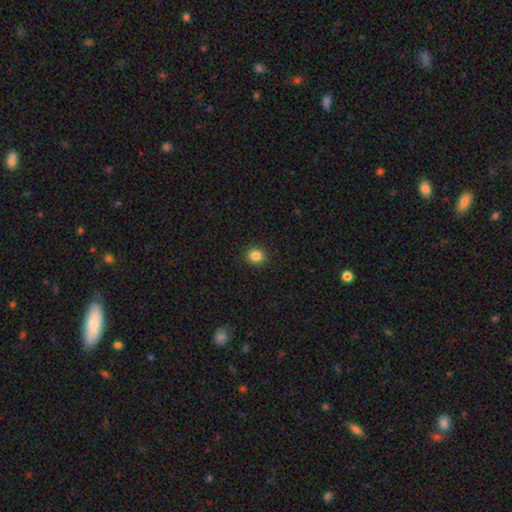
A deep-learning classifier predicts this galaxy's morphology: A smooth galaxy with no disk features (85%) that is round (83%).

Vote fractions:
- Smooth or featured? smooth: 85% / star or artifact: 11% / featured or disk: 4%
- How rounded? round: 83% / in between: 16% / cigar-shaped: 1%
- Merging? none: 92% / minor disturbance: 5% / major disturbance: 2% / merger: 1%